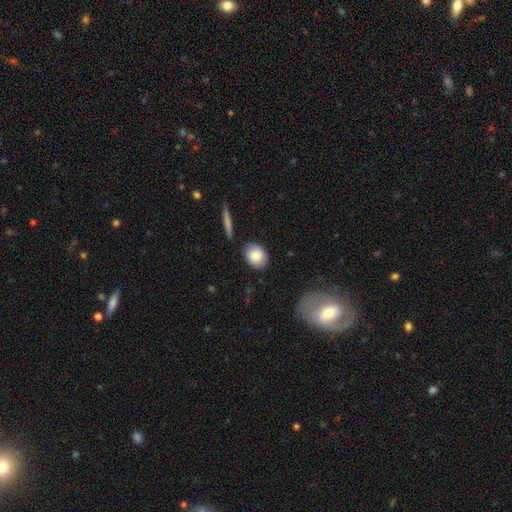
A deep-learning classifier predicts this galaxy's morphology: Smooth or featured: smooth — 85% (featured or disk — 9%)
How rounded: in between — 62% (round — 36%)
Merging: none — 82% (minor disturbance — 12%)